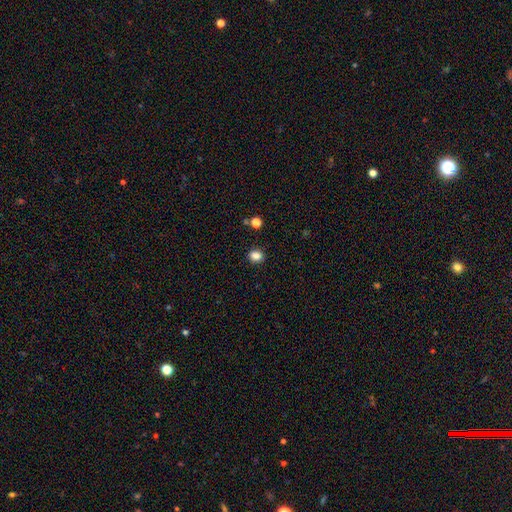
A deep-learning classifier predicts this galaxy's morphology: A smooth galaxy with no disk features (85%) that is round (63%). Merging: none (89%).